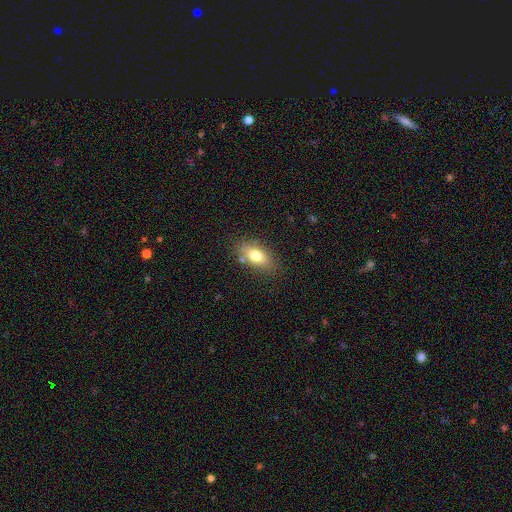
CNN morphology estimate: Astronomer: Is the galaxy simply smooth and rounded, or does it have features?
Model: smooth — 75%.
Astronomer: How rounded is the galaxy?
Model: in between — 85%.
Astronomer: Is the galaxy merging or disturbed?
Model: none — 78%.